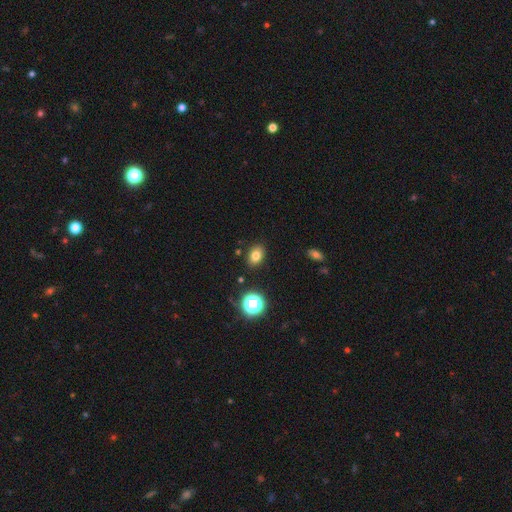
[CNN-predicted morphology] smooth-or-featured: smooth: 78% | star or artifact: 14% | featured or disk: 8%
  how-rounded: in between: 72% | round: 26% | cigar-shaped: 1%
  merging: none: 87% | minor disturbance: 9% | major disturbance: 2% | merger: 2%